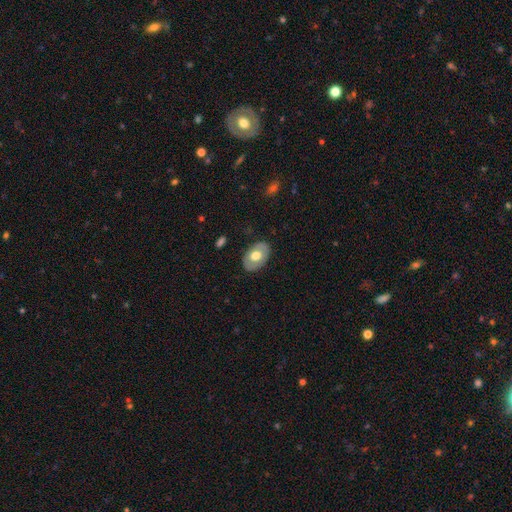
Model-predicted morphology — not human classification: Smooth or featured? smooth (51%)
How rounded? in between (83%)
Merging? none (82%)